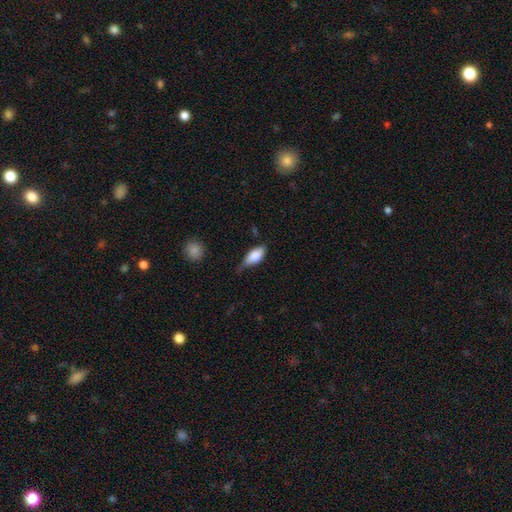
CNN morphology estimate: Smooth or featured?
  - smooth: 76% *
  - featured or disk: 18%
  - star or artifact: 7%
How rounded?
  - in between: 84% *
  - cigar-shaped: 12%
  - round: 3%
Merging?
  - none: 48% *
  - minor disturbance: 40%
  - major disturbance: 9%
  - merger: 3%